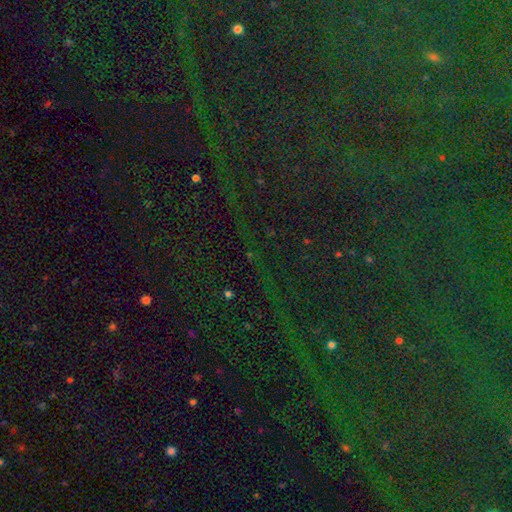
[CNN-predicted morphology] Smooth or featured? star or artifact (85%)